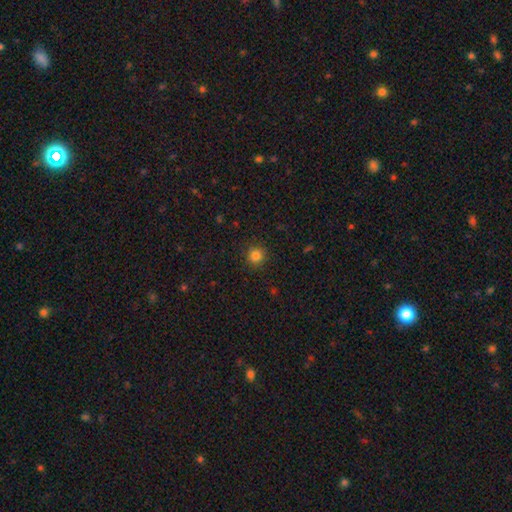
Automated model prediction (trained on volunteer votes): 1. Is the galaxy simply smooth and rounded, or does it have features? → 83% smooth, 13% star or artifact, 5% featured or disk.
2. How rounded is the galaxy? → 94% round, 6% in between, 1% cigar-shaped.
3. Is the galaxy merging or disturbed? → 90% none, 7% minor disturbance, 2% major disturbance, 1% merger.